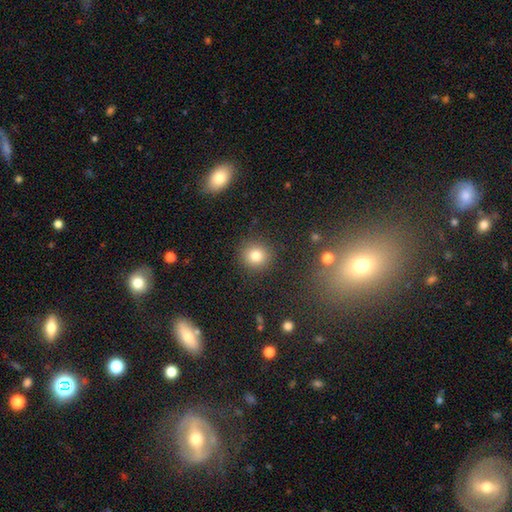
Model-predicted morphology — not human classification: Overall: smooth (81%). How rounded: round (91%). Merging: none (89%).